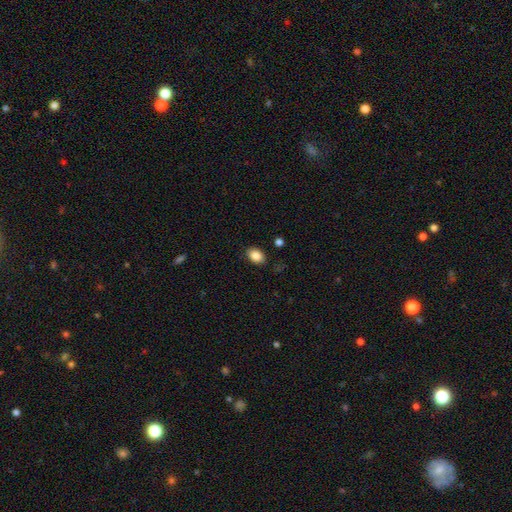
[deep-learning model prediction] This is clearly a smooth galaxy (86%). How rounded: clearly in between (81%). Merging: clearly none (87%).